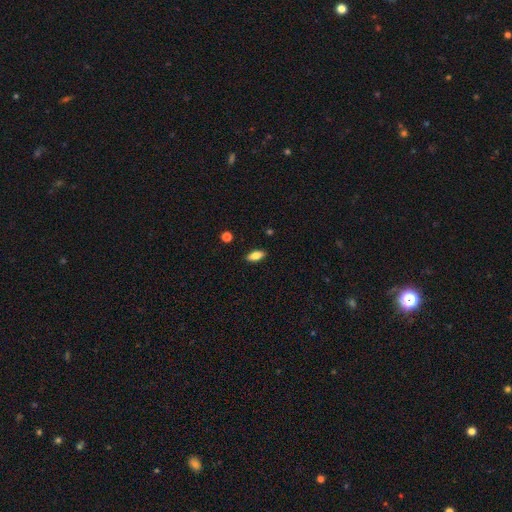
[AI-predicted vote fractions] Smooth or featured? smooth (78%)
How rounded? in between (84%)
Merging? none (89%)